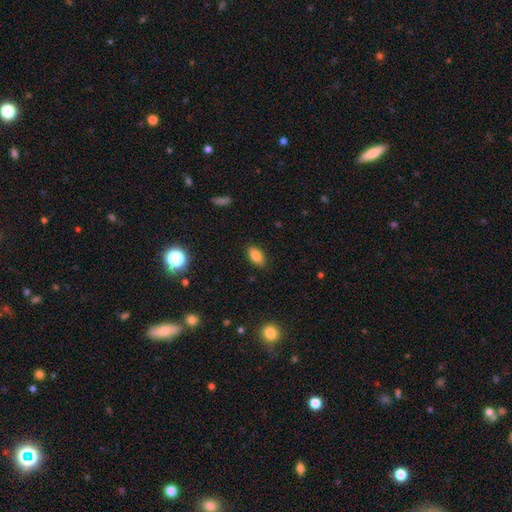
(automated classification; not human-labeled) A smooth galaxy with no disk features (85%) that is in between round and cigar-shaped (91%).

Vote fractions:
- Smooth or featured? smooth: 85% / star or artifact: 9% / featured or disk: 6%
- How rounded? in between: 91% / round: 5% / cigar-shaped: 4%
- Merging? none: 87% / minor disturbance: 9% / major disturbance: 2% / merger: 1%